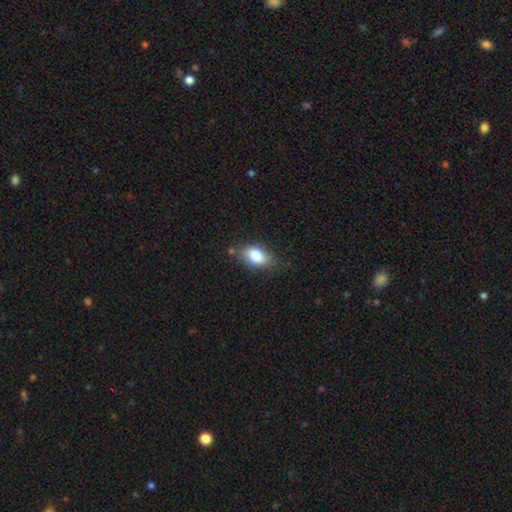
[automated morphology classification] type=smooth (80%); roundness=in between (84%); merging=none (73%).